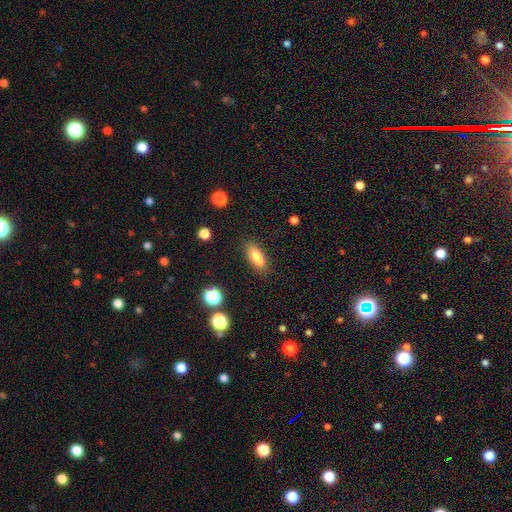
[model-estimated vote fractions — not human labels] This is likely a smooth galaxy (71%). How rounded: likely in between (74%). Merging: marginally none (43%).